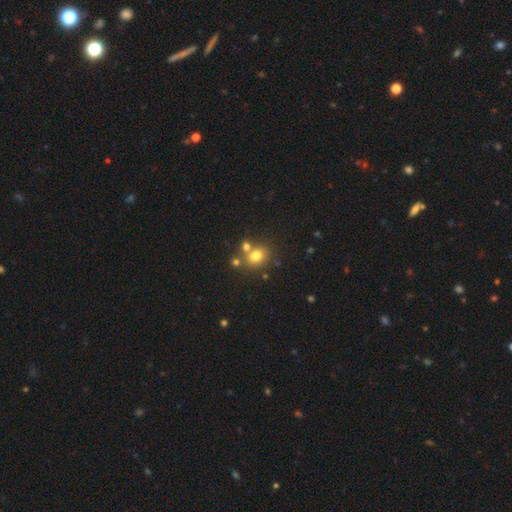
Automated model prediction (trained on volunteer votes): smooth_or_featured: smooth (p=0.74) [alt: star or artifact p=0.15]
how_rounded: round (p=0.62) [alt: in between p=0.37]
merging: none (p=0.61) [alt: merger p=0.25]